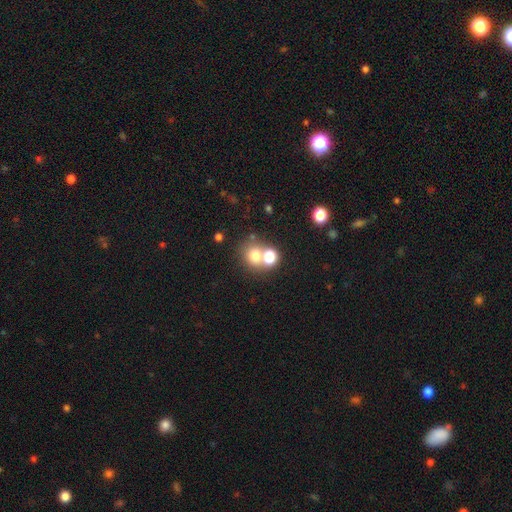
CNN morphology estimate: Smooth or featured?
  - smooth: 72% *
  - star or artifact: 16%
  - featured or disk: 12%
How rounded?
  - round: 74% *
  - in between: 25%
  - cigar-shaped: 1%
Merging?
  - none: 45% *
  - merger: 44%
  - minor disturbance: 7%
  - major disturbance: 4%